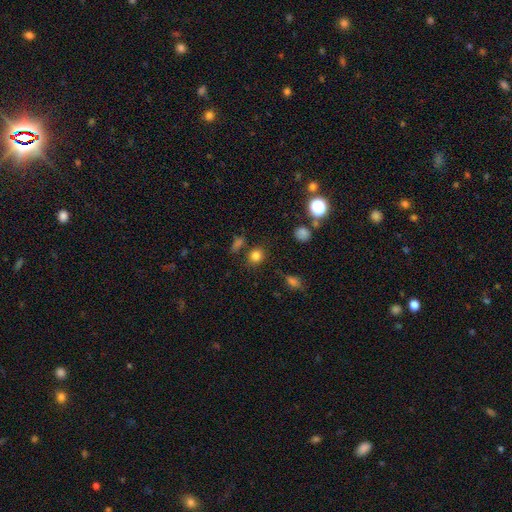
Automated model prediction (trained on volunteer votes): Morphology: type=smooth (80%); roundness=round (72%); merging=none (79%).